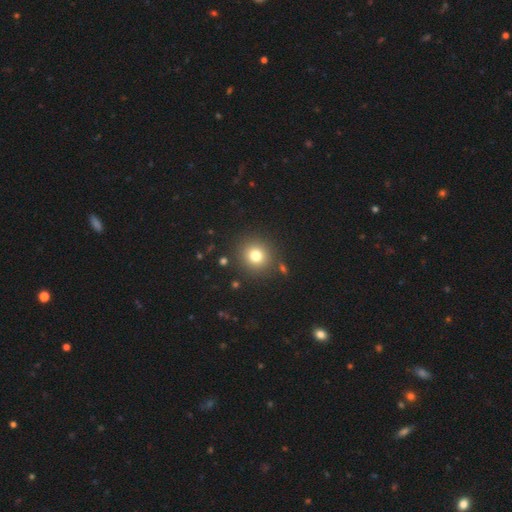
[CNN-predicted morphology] Q: Smooth or featured?
A: smooth (77%); runner-up: star or artifact (14%)
Q: How rounded?
A: round (91%); runner-up: in between (8%)
Q: Merging?
A: none (88%); runner-up: minor disturbance (7%)